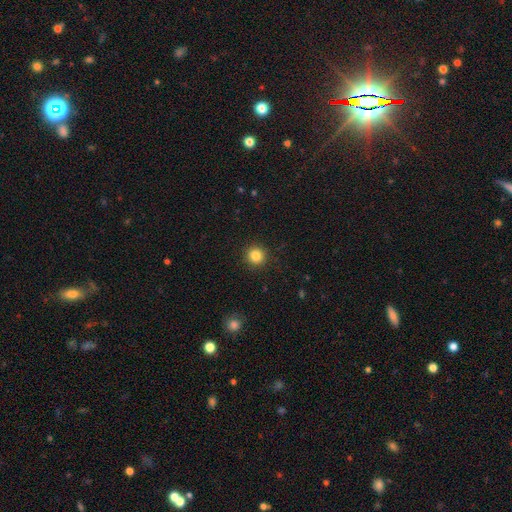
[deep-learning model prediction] smooth 84%, star or artifact 11%, featured or disk 4%. Down the decision tree: how rounded — round (94%); merging — none (92%).